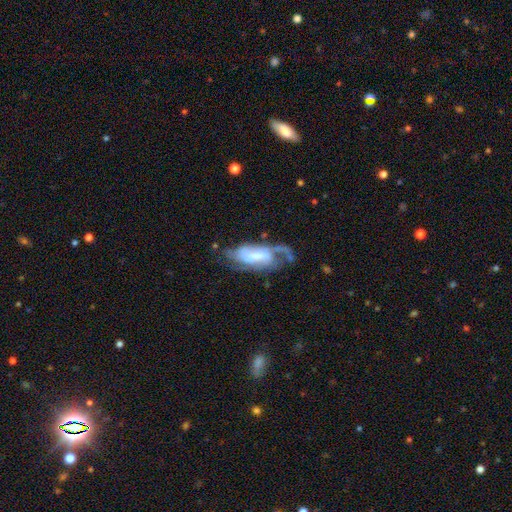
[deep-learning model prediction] smooth-or-featured: featured or disk: 77% | smooth: 17% | star or artifact: 6%
  disk-edge-on: no: 92% | yes: 8%
    bar: weak: 44% | no: 32% | strong: 24%
    has-spiral-arms: yes: 90% | no: 10%
      spiral-winding: medium: 44% | tight: 32% | loose: 24%
      spiral-arm-count: 2: 46% | can't tell: 25% | 3: 13% | 1: 10% | 4: 4% | more than 4: 3%
    bulge-size: moderate: 38% | small: 35% | large: 14% | none: 11% | dominant: 2%
  merging: none: 46% | major disturbance: 27% | minor disturbance: 23% | merger: 4%